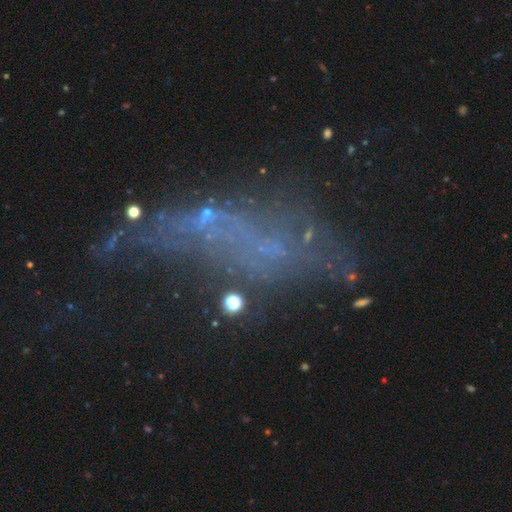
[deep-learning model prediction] Smooth or featured? featured or disk (47%)
Merging? major disturbance (36%)